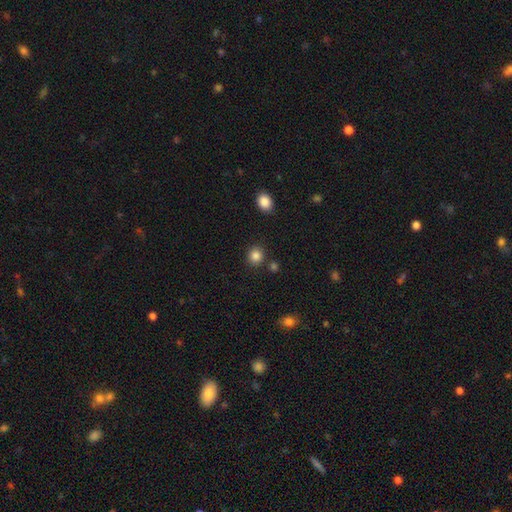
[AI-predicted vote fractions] The model was most divided on "how rounded": round: 84%, in between: 15%, cigar-shaped: 1%. More confident: smooth or featured — smooth (85%); merging — none (85%).